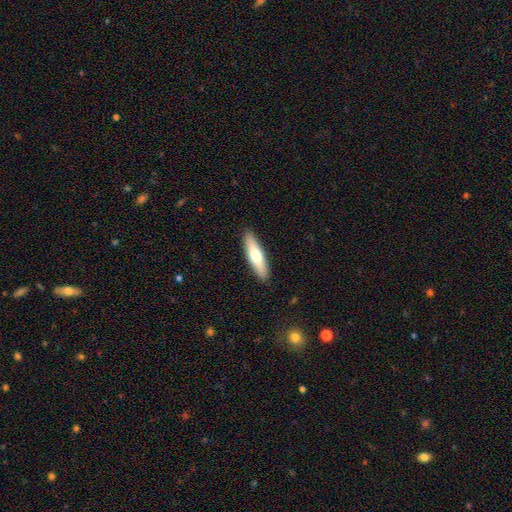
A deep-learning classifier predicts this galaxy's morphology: Smooth or featured: smooth — 63% (featured or disk — 32%)
How rounded: cigar-shaped — 73% (in between — 25%)
Merging: none — 91% (minor disturbance — 7%)